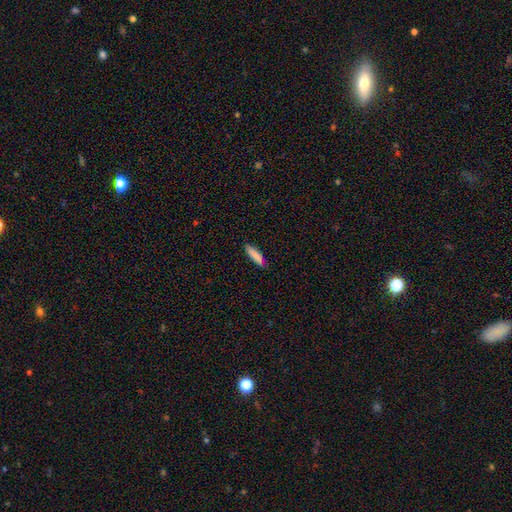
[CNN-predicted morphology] Smooth or featured? smooth (85%)
How rounded? cigar-shaped (71%)
Merging? none (85%)